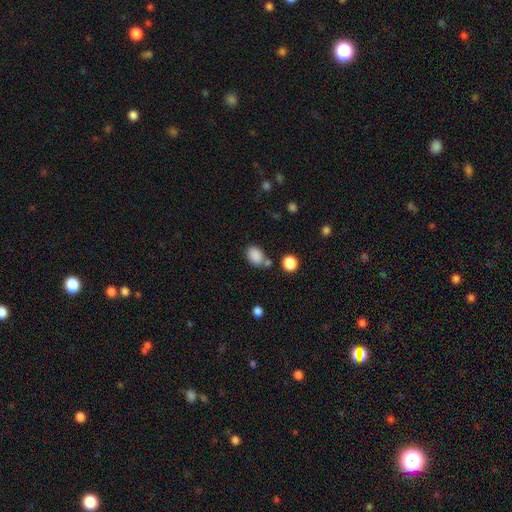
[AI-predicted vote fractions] Overall: smooth (86%). How rounded: in between (73%). Merging: none (66%).